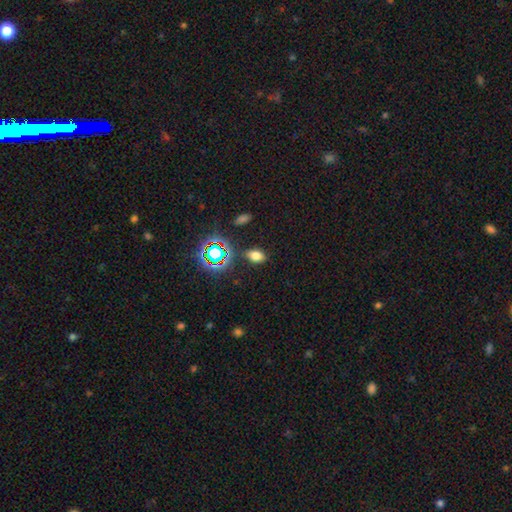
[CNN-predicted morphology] smooth_or_featured: smooth (p=0.69) [alt: star or artifact p=0.23]
how_rounded: in between (p=0.85) [alt: round p=0.12]
merging: none (p=0.84) [alt: minor disturbance p=0.10]